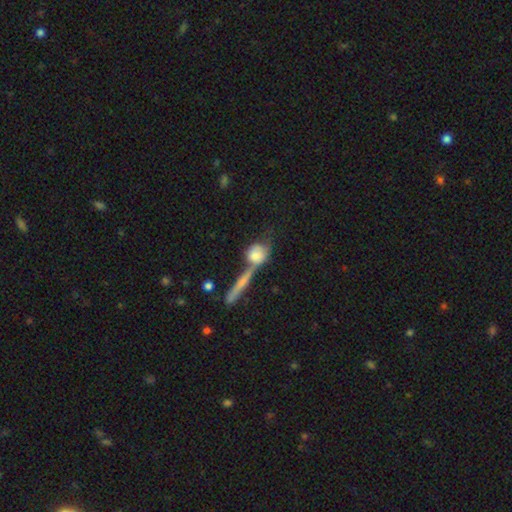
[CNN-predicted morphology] Smooth or featured? smooth (67%)
How rounded? round (63%)
Merging? merger (40%)